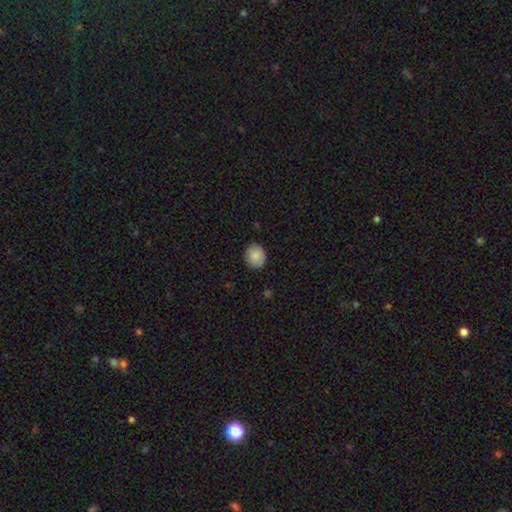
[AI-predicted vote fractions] Overall: smooth (86%). How rounded: round (72%). Merging: none (88%).